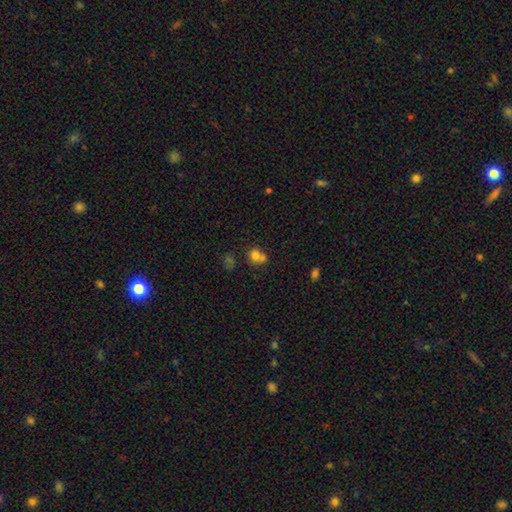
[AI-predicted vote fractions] Overall: smooth (74%). How rounded: round (77%). Merging: merger (48%; none 39%).